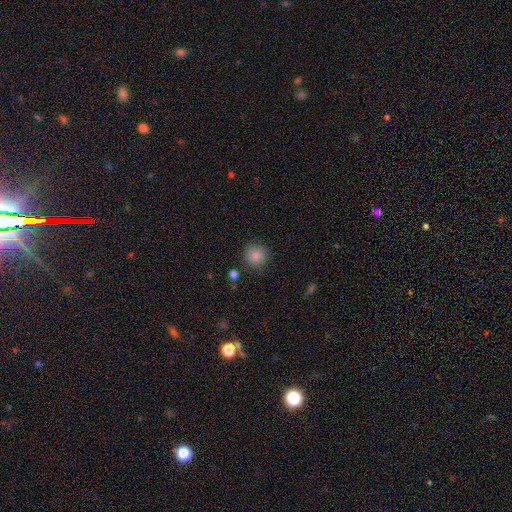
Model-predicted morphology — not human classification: type=smooth (86%); roundness=round (93%); merging=none (86%).